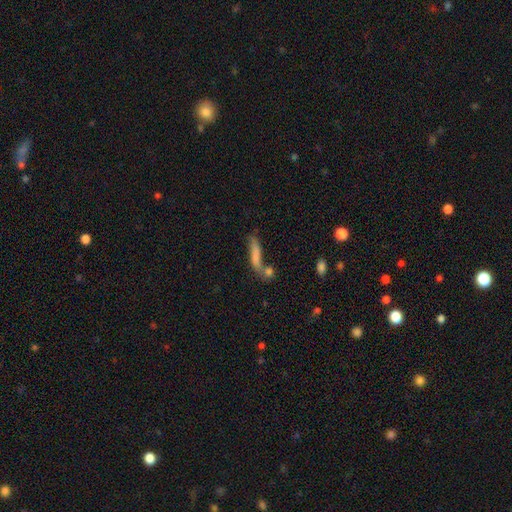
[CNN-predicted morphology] smooth_or_featured: smooth (p=0.69) [alt: featured or disk p=0.21]
how_rounded: cigar-shaped (p=0.80) [alt: in between p=0.17]
merging: none (p=0.47) [alt: merger p=0.29]